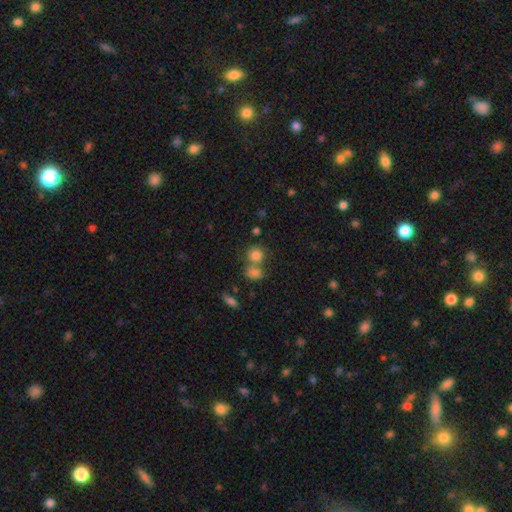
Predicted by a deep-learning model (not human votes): This appears to be a smooth galaxy with no disk features (81%) that is round (80%). Merging: none (50%).